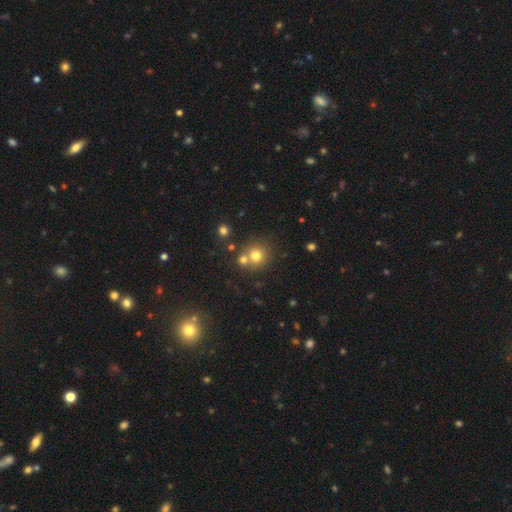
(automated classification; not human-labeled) smooth-or-featured: smooth: 74% | star or artifact: 15% | featured or disk: 11%
  how-rounded: round: 90% | in between: 9% | cigar-shaped: 1%
  merging: none: 62% | merger: 27% | minor disturbance: 8% | major disturbance: 3%